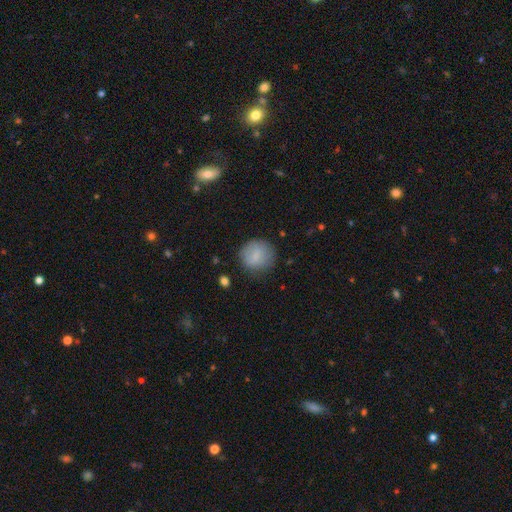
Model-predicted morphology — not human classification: smooth-or-featured: smooth: 80% | featured or disk: 13% | star or artifact: 8%
  how-rounded: round: 87% | in between: 12% | cigar-shaped: 1%
  merging: none: 78% | minor disturbance: 15% | major disturbance: 5% | merger: 2%